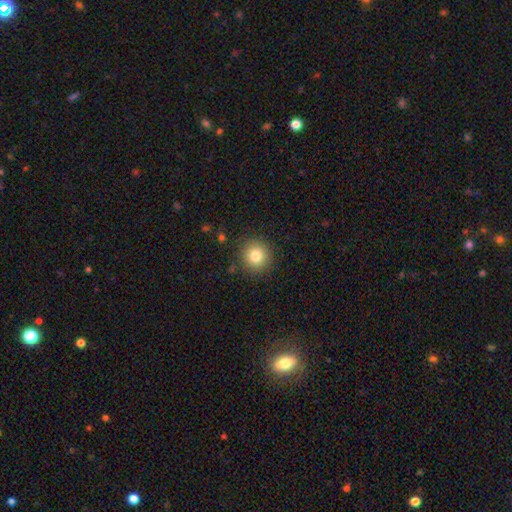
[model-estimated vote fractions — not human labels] This appears to be a smooth galaxy with no disk features (81%) that is round (92%). Merging: none (89%).